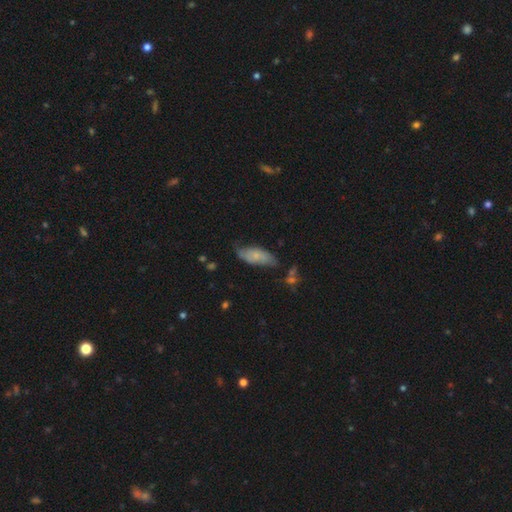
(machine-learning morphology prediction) Smooth or featured? smooth (59%)
How rounded? in between (78%)
Merging? none (54%)